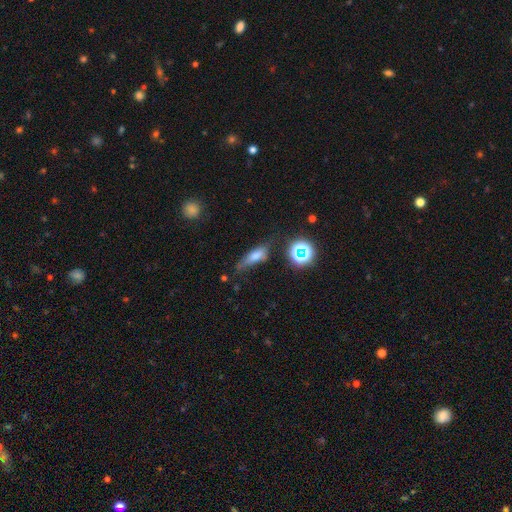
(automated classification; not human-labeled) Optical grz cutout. It shows a smooth galaxy with no disk features (57%) that is in between round and cigar-shaped (46%, tied with cigar-shaped). Merging: none (51%).